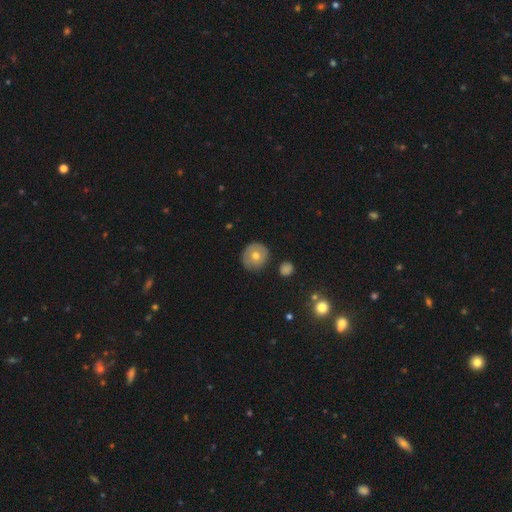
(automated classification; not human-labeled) Smooth or featured?
  - smooth: 64% *
  - featured or disk: 28%
  - star or artifact: 8%
How rounded?
  - round: 91% *
  - in between: 8%
  - cigar-shaped: 1%
Merging?
  - none: 84% *
  - minor disturbance: 11%
  - major disturbance: 2%
  - merger: 2%